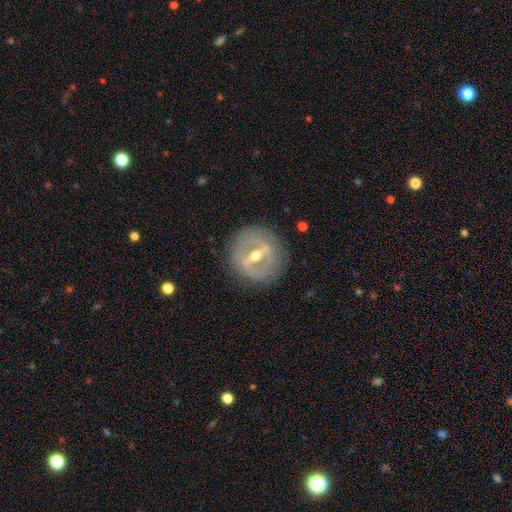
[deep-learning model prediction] Smooth or featured? Predicted: featured or disk (p=0.79). Edge-on disk? Predicted: no (p=0.87). Bar? Predicted: strong (p=0.69). Spiral arms? Predicted: no (p=0.62). Bulge size? Predicted: moderate (p=0.70). Merging? Predicted: none (p=0.84).